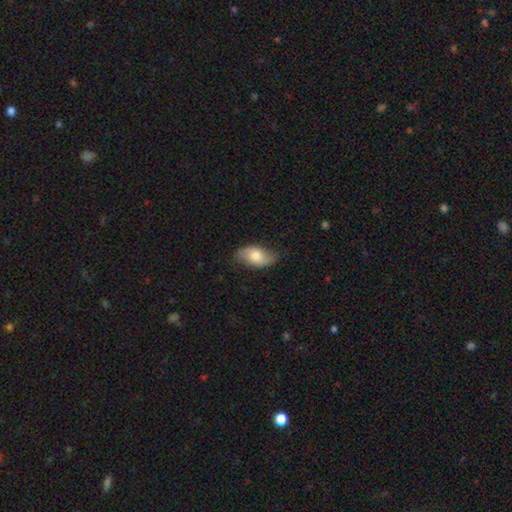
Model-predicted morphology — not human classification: Smooth or featured?
  - smooth: 62% *
  - featured or disk: 32%
  - star or artifact: 7%
How rounded?
  - in between: 92% *
  - round: 5%
  - cigar-shaped: 3%
Merging?
  - none: 75% *
  - minor disturbance: 19%
  - major disturbance: 4%
  - merger: 1%